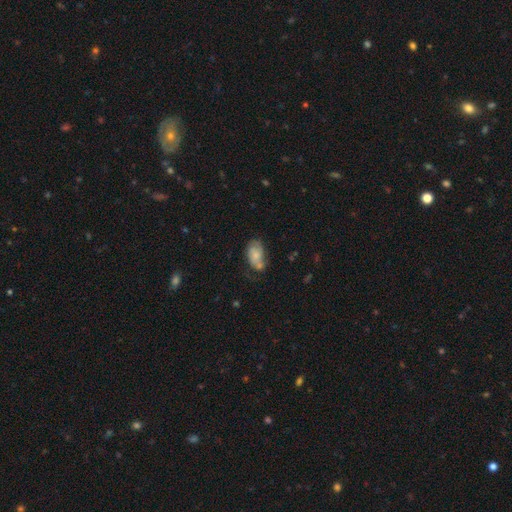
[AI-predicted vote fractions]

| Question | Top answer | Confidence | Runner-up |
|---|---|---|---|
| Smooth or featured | smooth | 63% | featured or disk (29%) |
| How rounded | in between | 89% | round (9%) |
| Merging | none | 40% | minor disturbance (28%) |